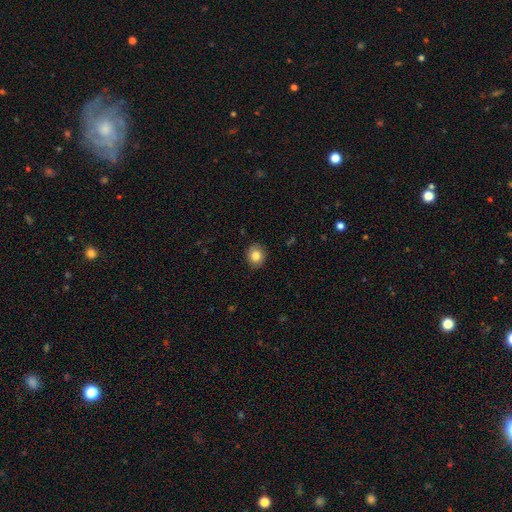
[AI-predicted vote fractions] Smooth or featured: smooth — 84% (star or artifact — 9%)
How rounded: round — 73% (in between — 26%)
Merging: none — 89% (minor disturbance — 9%)